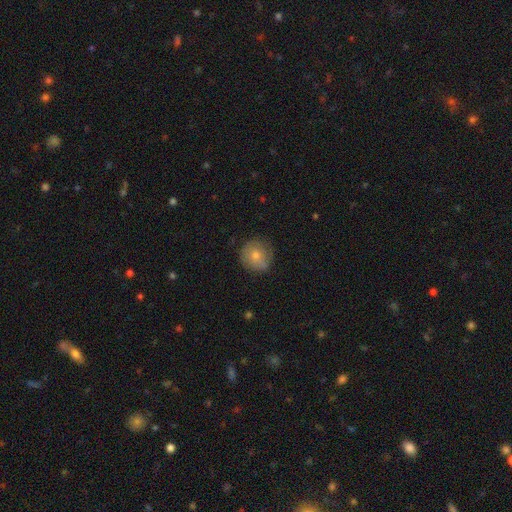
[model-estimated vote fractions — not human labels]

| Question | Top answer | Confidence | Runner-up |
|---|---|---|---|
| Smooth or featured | smooth | 63% | featured or disk (26%) |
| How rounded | round | 90% | in between (9%) |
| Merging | none | 79% | minor disturbance (16%) |